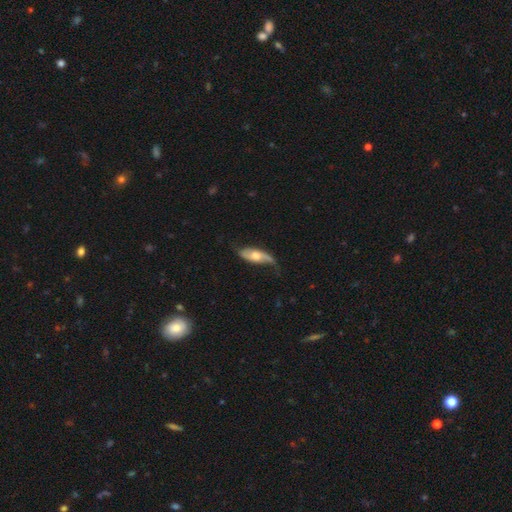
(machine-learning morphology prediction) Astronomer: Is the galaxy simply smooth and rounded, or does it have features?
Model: featured or disk — 55% (runner-up: smooth, 40%).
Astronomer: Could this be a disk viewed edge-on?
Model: no — 78%.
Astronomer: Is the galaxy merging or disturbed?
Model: none — 50% (runner-up: minor disturbance, 34%).